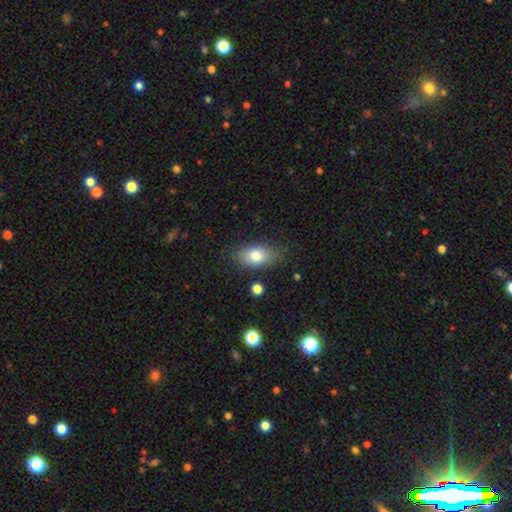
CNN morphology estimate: This appears to be a smooth galaxy with no disk features (78%) that is in between round and cigar-shaped (88%). Merging: none (76%).